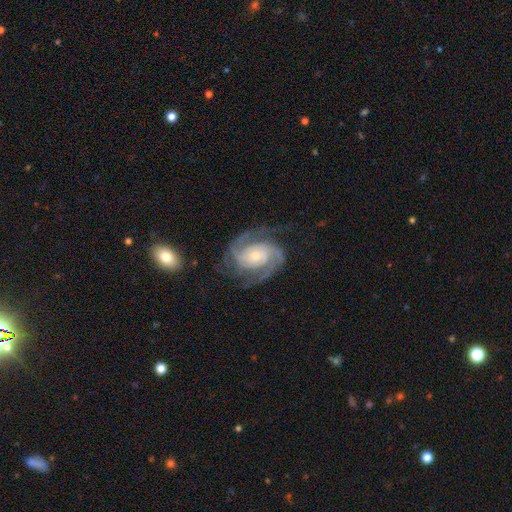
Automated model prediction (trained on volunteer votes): This appears to be a featured or disk galaxy (92%) with no bar (61%), 2 (69%) tight (46%) spiral arms (98%) and a small central bulge (56%). Merging: none (73%).